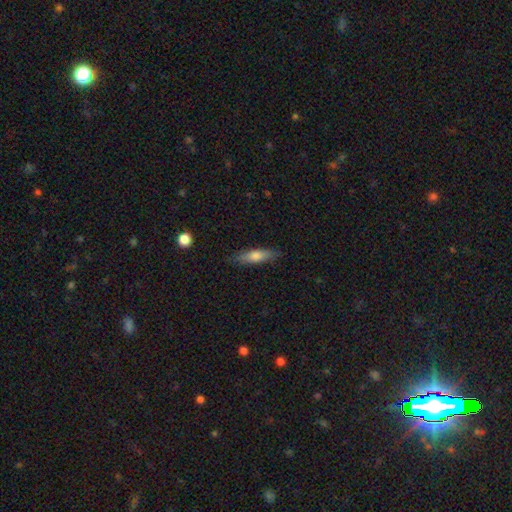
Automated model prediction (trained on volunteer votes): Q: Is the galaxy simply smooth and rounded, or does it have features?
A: smooth — 68%.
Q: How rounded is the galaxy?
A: cigar-shaped — 68%.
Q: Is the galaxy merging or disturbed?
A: none — 85%.